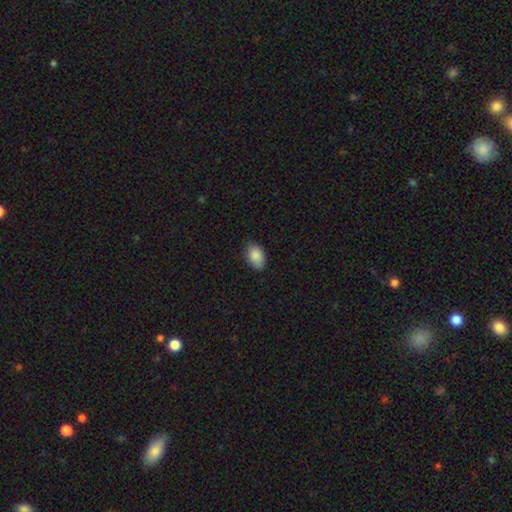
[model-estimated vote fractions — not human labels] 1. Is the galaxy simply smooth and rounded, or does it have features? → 88% smooth, 7% star or artifact, 5% featured or disk.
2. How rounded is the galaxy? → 92% in between, 7% round, 1% cigar-shaped.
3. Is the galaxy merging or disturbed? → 81% none, 15% minor disturbance, 3% major disturbance, 1% merger.